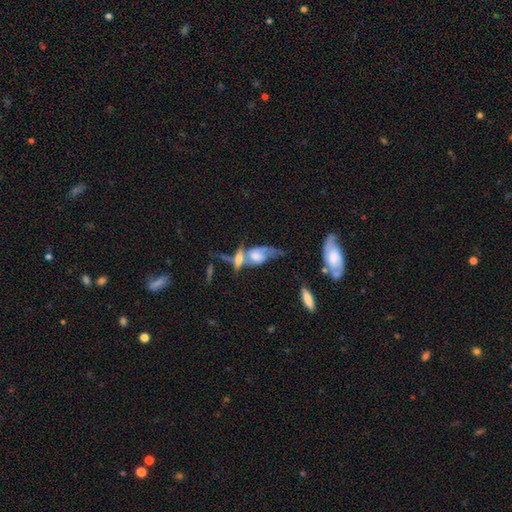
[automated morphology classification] featured or disk 61%, smooth 29%, star or artifact 10%. Down the decision tree: edge-on disk — no (83%); bar — no (66%); spiral arms — yes (75%); bulge size — moderate (35%); merging — merger (56%).